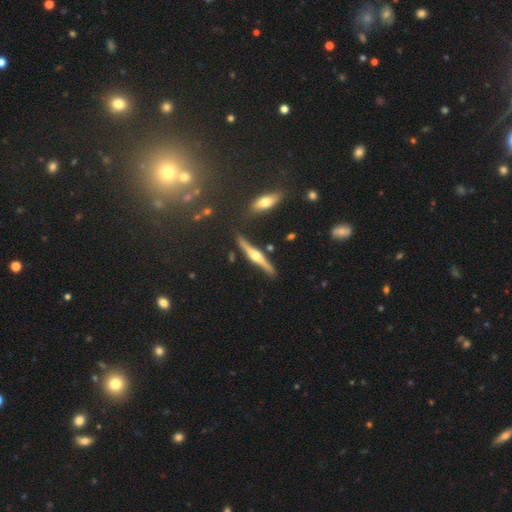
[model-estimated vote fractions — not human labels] Smooth or featured?
  - featured or disk: 77% *
  - smooth: 18%
  - star or artifact: 6%
Edge-on disk?
  - yes: 96% *
  - no: 4%
Edge-on bulge?
  - rounded: 94% *
  - boxy: 3%
  - none: 3%
Merging?
  - none: 82% *
  - minor disturbance: 11%
  - merger: 4%
  - major disturbance: 3%